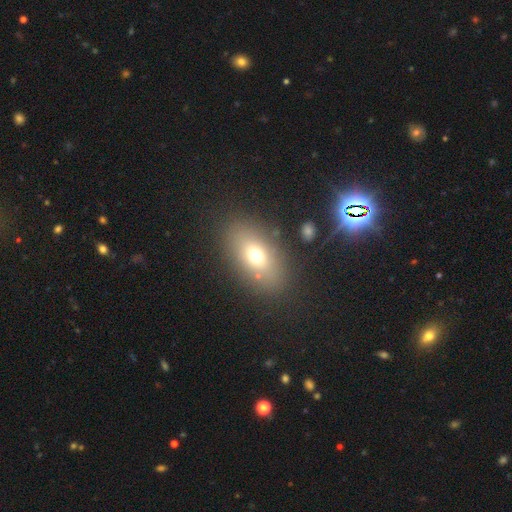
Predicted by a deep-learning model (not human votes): smooth 67%, featured or disk 19%, star or artifact 13%. Down the decision tree: how rounded — in between (83%); merging — none (81%).